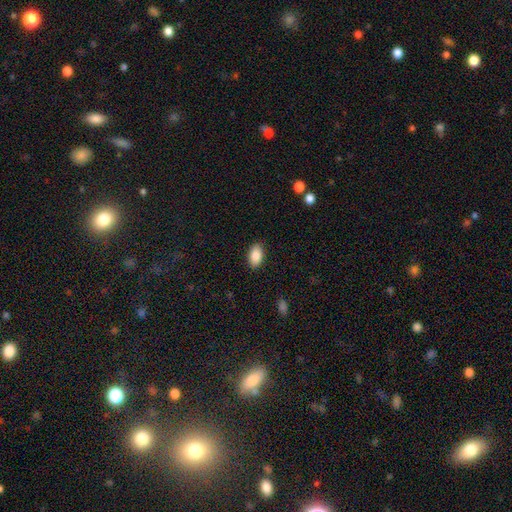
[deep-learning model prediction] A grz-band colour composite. It shows a smooth galaxy with no disk features (88%) that is in between round and cigar-shaped (93%). Merging: none (88%).